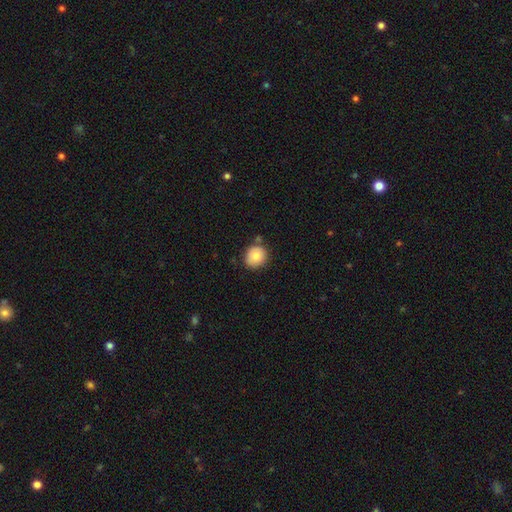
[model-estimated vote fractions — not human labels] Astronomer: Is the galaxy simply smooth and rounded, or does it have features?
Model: smooth — 82%.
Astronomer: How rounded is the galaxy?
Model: round — 76%.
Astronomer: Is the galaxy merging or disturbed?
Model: none — 75%.